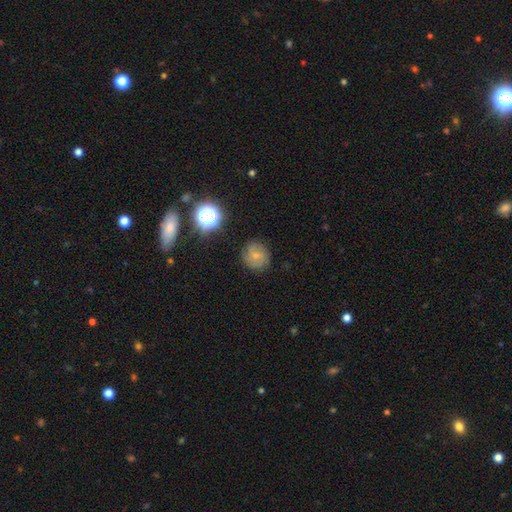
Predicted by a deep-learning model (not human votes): Smooth or featured: smooth — 52% (featured or disk — 34%)
How rounded: round — 88% (in between — 11%)
Merging: none — 79% (minor disturbance — 15%)